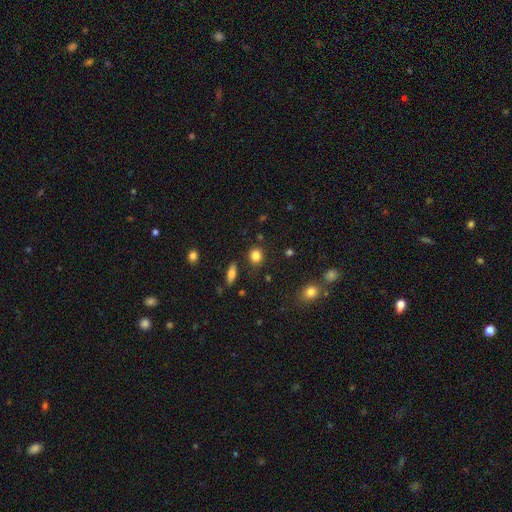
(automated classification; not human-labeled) smooth 82%, star or artifact 11%, featured or disk 7%. Down the decision tree: how rounded — round (76%); merging — none (84%).